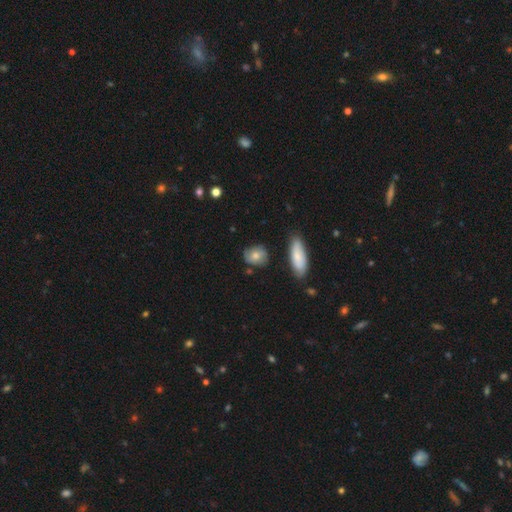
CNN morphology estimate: Smooth or featured: smooth — 66% (featured or disk — 25%)
How rounded: round — 54% (in between — 44%)
Merging: none — 67% (minor disturbance — 22%)